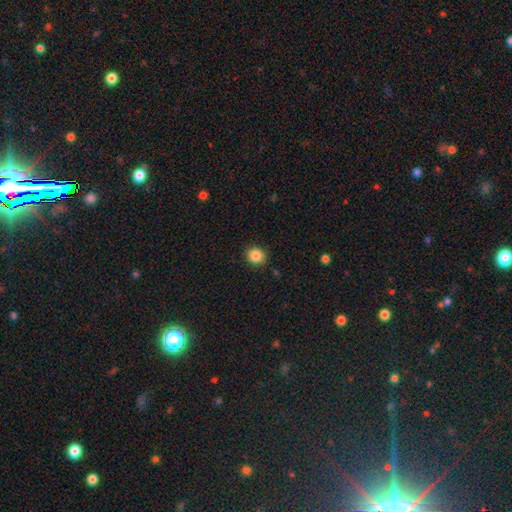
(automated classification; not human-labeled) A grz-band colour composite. It shows a smooth galaxy with no disk features (86%) that is round (83%). Merging: none (90%).